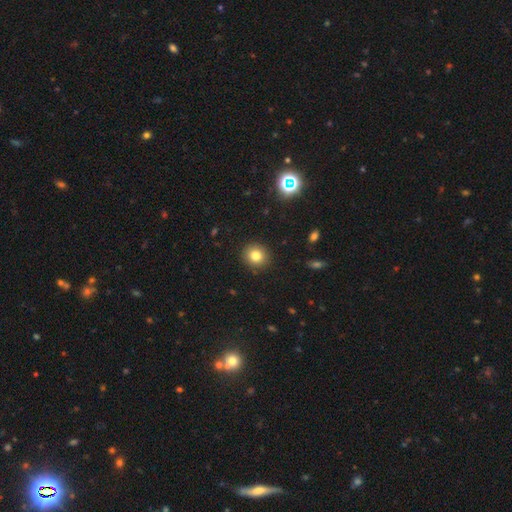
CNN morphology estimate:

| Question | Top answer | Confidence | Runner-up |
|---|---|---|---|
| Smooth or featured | smooth | 81% | star or artifact (12%) |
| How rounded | round | 88% | in between (11%) |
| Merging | none | 91% | minor disturbance (6%) |